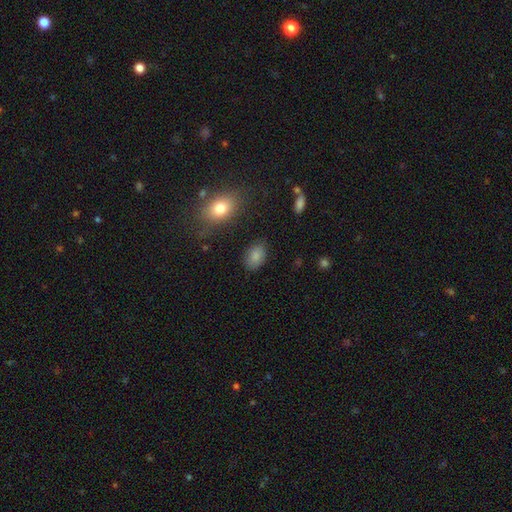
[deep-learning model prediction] Smooth or featured: smooth — 86% (star or artifact — 9%)
How rounded: in between — 87% (round — 11%)
Merging: none — 81% (minor disturbance — 13%)